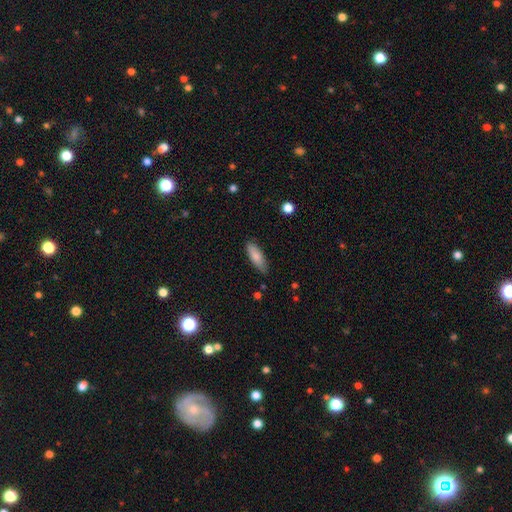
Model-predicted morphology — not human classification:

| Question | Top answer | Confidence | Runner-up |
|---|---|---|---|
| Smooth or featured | smooth | 83% | featured or disk (11%) |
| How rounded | in between | 63% | cigar-shaped (36%) |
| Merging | none | 81% | minor disturbance (15%) |